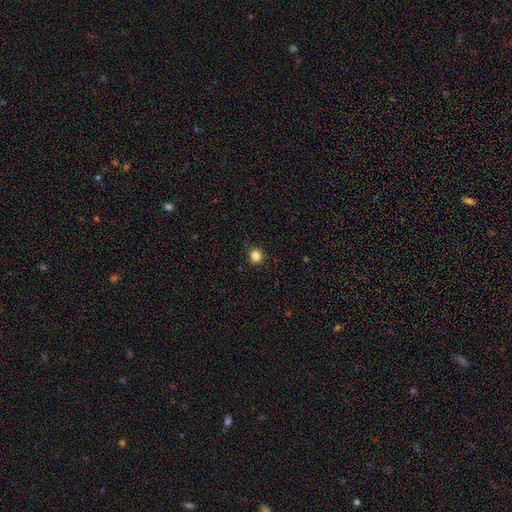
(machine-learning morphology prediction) A smooth galaxy with no disk features (84%) that is round (92%).

Vote fractions:
- Smooth or featured? smooth: 84% / star or artifact: 12% / featured or disk: 4%
- How rounded? round: 92% / in between: 7% / cigar-shaped: 1%
- Merging? none: 92% / minor disturbance: 5% / major disturbance: 2% / merger: 1%